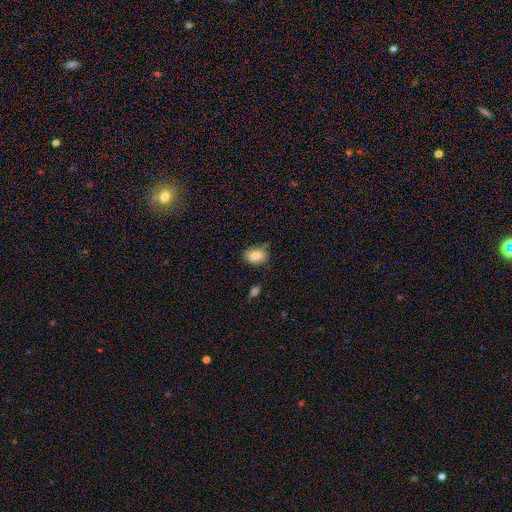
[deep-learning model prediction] Overall: smooth (81%). How rounded: in between (76%). Merging: none (67%).